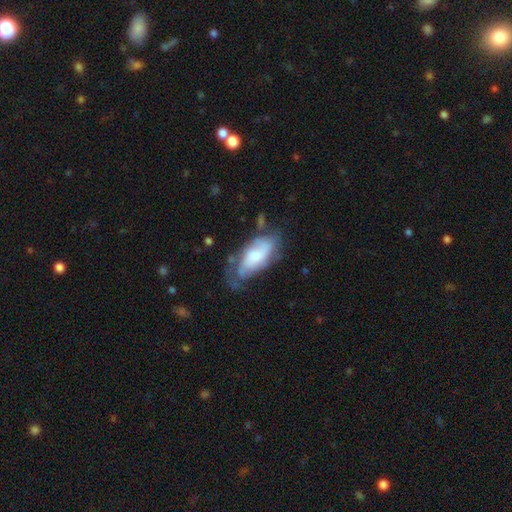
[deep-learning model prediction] The model was most divided on "smooth or featured": featured or disk: 50%, smooth: 43%, star or artifact: 7%. Remaining: merging — none (47%).